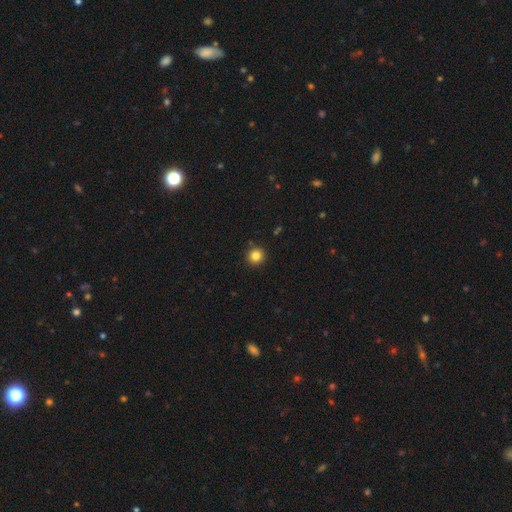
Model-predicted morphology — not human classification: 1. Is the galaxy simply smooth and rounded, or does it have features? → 83% smooth, 12% star or artifact, 5% featured or disk.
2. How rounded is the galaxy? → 94% round, 5% in between, 1% cigar-shaped.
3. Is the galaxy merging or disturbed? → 91% none, 6% minor disturbance, 2% major disturbance, 1% merger.